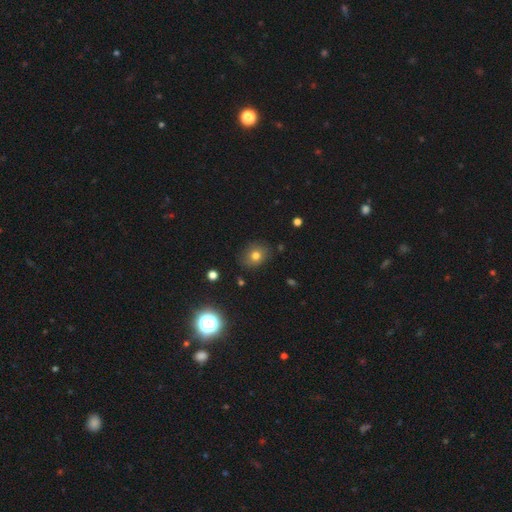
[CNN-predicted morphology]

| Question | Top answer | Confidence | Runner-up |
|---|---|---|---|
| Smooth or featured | smooth | 73% | star or artifact (15%) |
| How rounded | round | 59% | in between (40%) |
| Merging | none | 82% | minor disturbance (13%) |